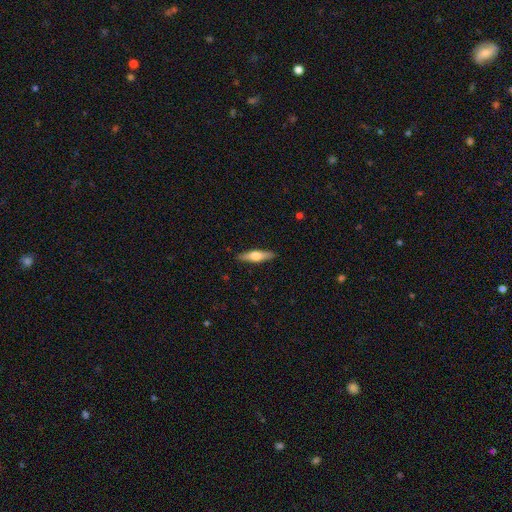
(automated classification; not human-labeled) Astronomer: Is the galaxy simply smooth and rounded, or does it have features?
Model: featured or disk — 51% (runner-up: smooth, 44%).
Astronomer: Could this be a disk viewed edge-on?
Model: yes — 94%.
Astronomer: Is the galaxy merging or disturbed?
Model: none — 89%.